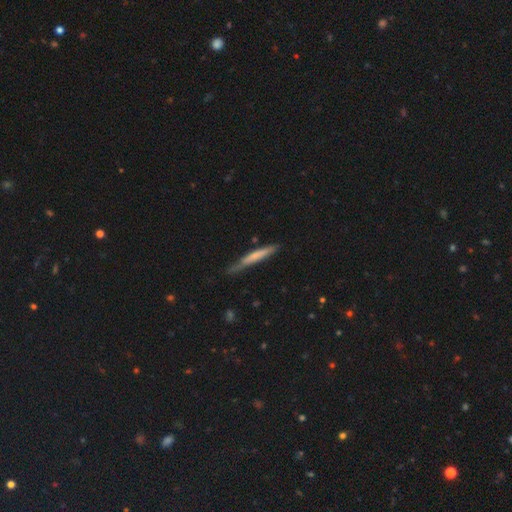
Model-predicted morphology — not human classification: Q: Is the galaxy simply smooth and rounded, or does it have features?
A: smooth — 62%.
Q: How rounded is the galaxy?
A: cigar-shaped — 95%.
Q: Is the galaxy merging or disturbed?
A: none — 67%.